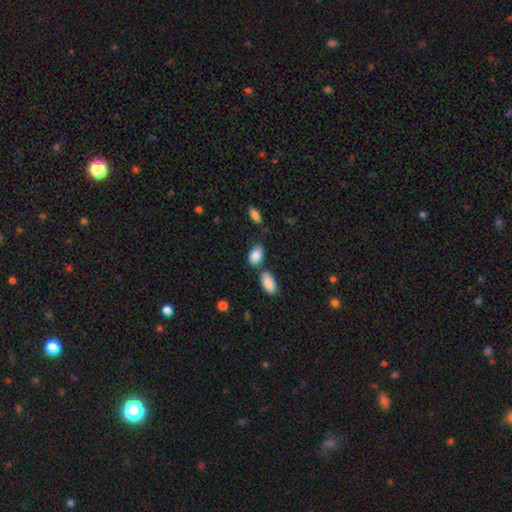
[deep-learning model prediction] Q: Smooth or featured?
A: smooth (87%); runner-up: star or artifact (7%)
Q: How rounded?
A: in between (93%); runner-up: round (5%)
Q: Merging?
A: none (58%); runner-up: merger (21%)